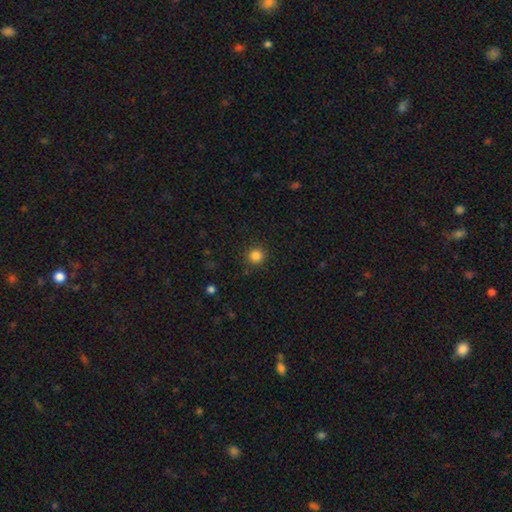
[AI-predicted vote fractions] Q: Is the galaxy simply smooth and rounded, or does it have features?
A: smooth — 85%.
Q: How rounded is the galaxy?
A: round — 94%.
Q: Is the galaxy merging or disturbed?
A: none — 90%.